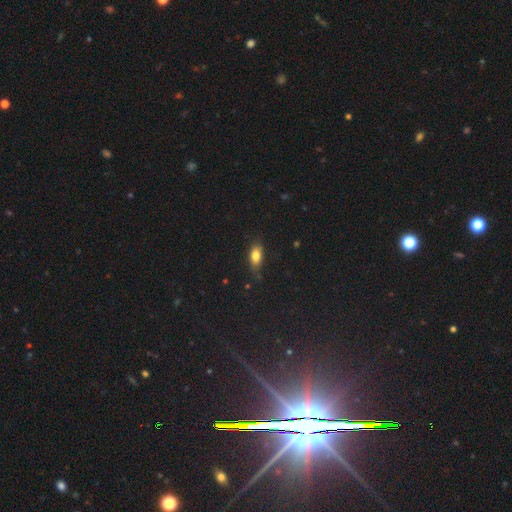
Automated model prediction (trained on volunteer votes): This is likely a smooth galaxy (78%). How rounded: clearly in between (81%). Merging: likely none (69%).